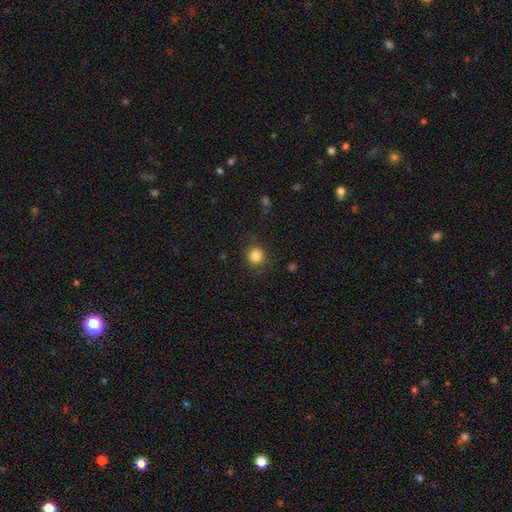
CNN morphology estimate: smooth_or_featured: smooth (p=0.84) [alt: star or artifact p=0.11]
how_rounded: round (p=0.91) [alt: in between p=0.08]
merging: none (p=0.84) [alt: minor disturbance p=0.11]